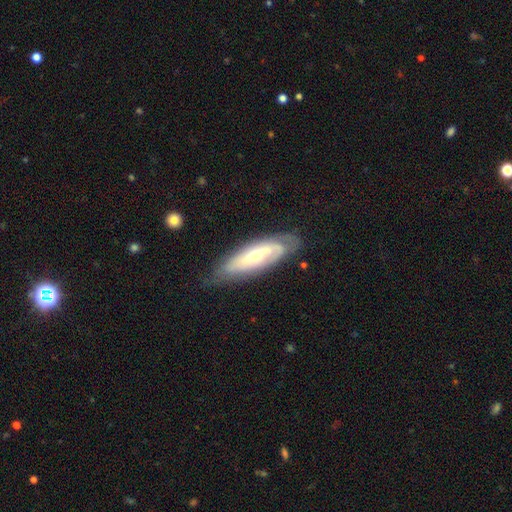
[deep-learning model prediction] This is likely a featured or disk galaxy (69%). It is likely not viewed edge-on (76%). Bar: possibly no (48%). Spiral arm pattern: likely yes (75%). Central bulge: possibly moderate (51%). Merging: likely none (68%).